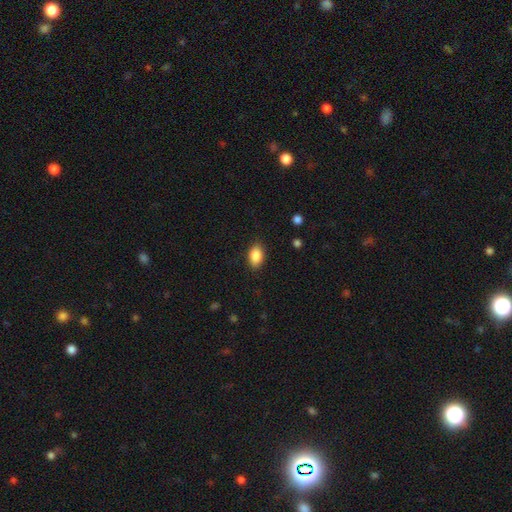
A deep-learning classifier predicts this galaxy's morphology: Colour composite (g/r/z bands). It shows a smooth galaxy with no disk features (87%) that is in between round and cigar-shaped (89%). Merging: none (86%).